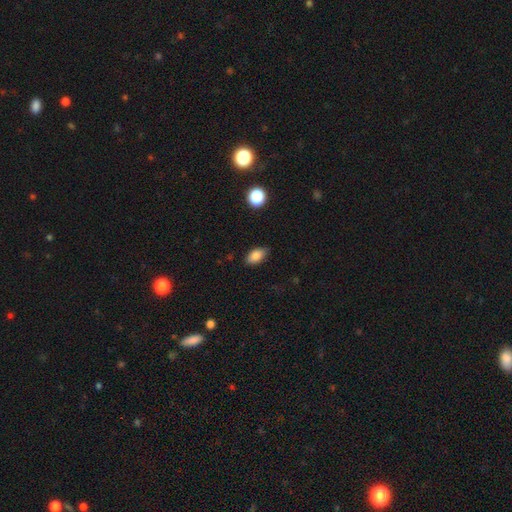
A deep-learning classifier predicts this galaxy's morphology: smooth 85%, star or artifact 8%, featured or disk 7%. Down the decision tree: how rounded — in between (90%); merging — none (84%).